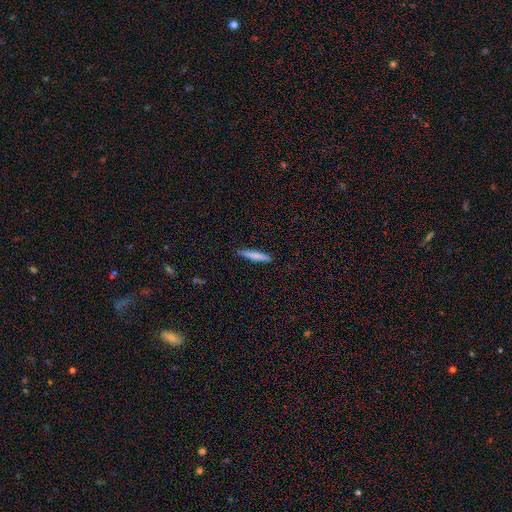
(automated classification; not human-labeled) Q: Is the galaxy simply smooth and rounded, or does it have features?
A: smooth — 79%.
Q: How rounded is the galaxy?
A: cigar-shaped — 93%.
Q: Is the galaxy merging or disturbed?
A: none — 89%.